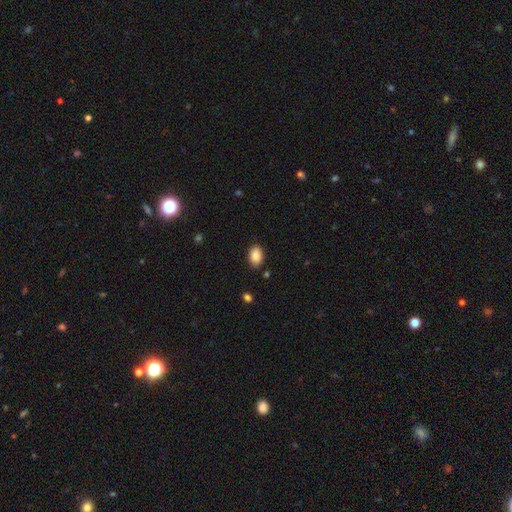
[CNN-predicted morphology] type=smooth (88%); roundness=in between (84%); merging=none (82%).